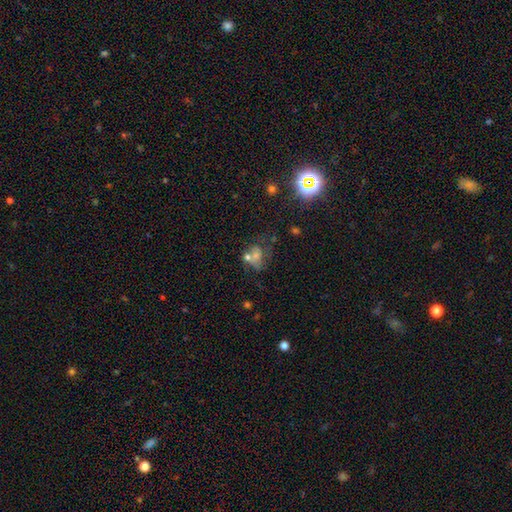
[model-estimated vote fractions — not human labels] Morphology: type=star or artifact (38%).